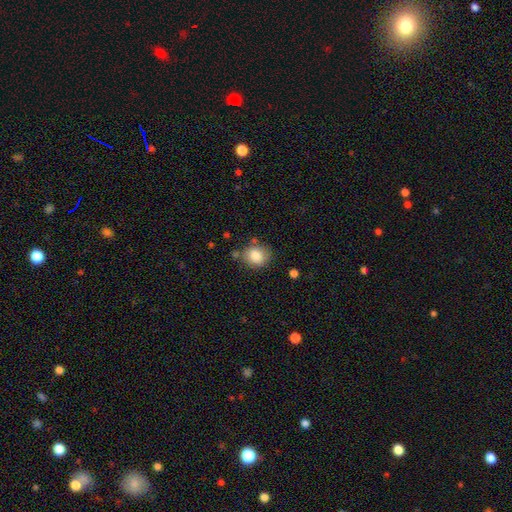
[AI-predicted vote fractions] smooth_or_featured: smooth (p=0.83) [alt: star or artifact p=0.09]
how_rounded: round (p=0.69) [alt: in between p=0.30]
merging: none (p=0.73) [alt: minor disturbance p=0.17]